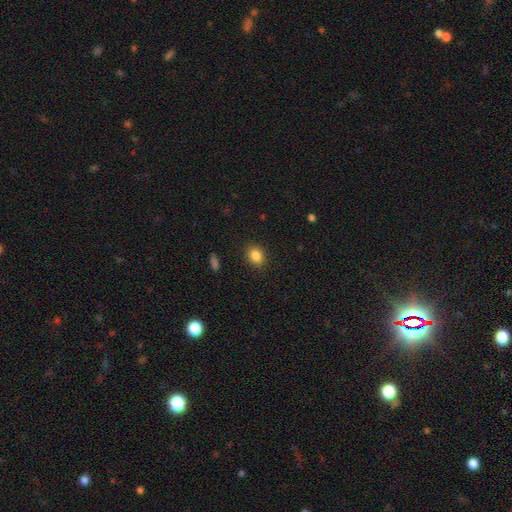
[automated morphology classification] Smooth or featured? smooth (85%)
How rounded? round (52%)
Merging? none (89%)